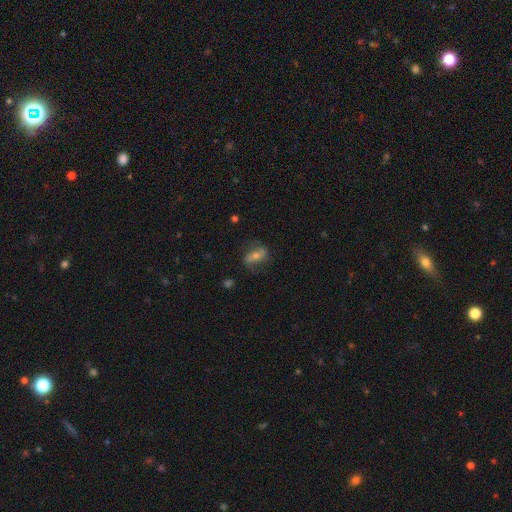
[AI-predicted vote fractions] featured or disk 63%, smooth 26%, star or artifact 11%. Down the decision tree: edge-on disk — no (91%); bar — strong (38%); spiral arms — yes (83%); bulge size — moderate (49%); merging — none (72%).